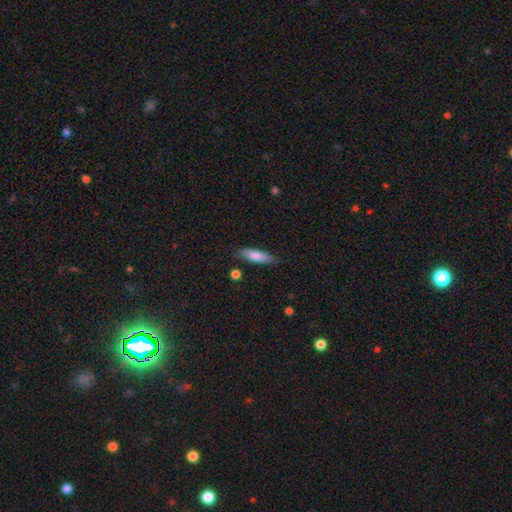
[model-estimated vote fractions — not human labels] smooth_or_featured: smooth (p=0.77) [alt: featured or disk p=0.17]
how_rounded: cigar-shaped (p=0.61) [alt: in between p=0.38]
merging: none (p=0.78) [alt: minor disturbance p=0.16]